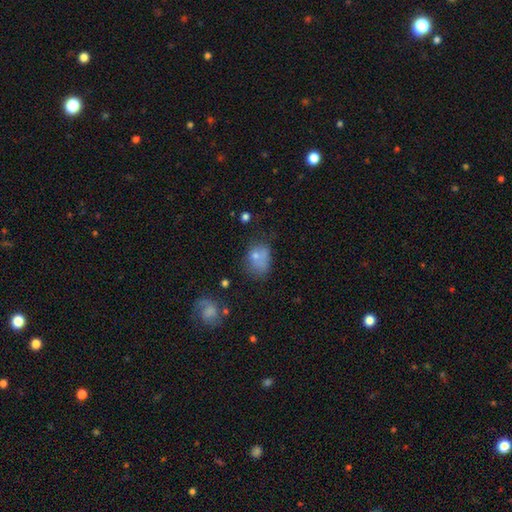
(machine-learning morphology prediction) A smooth galaxy with no disk features (69%) that is in between round and cigar-shaped (63%).

Vote fractions:
- Smooth or featured? smooth: 69% / featured or disk: 17% / star or artifact: 14%
- How rounded? in between: 63% / round: 36% / cigar-shaped: 1%
- Merging? none: 37% / minor disturbance: 28% / major disturbance: 23% / merger: 13%